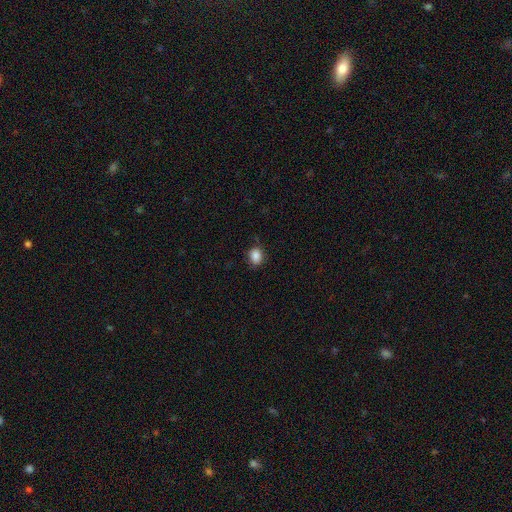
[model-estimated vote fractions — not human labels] smooth 86%, star or artifact 9%, featured or disk 4%. Down the decision tree: how rounded — round (55%); merging — none (77%).